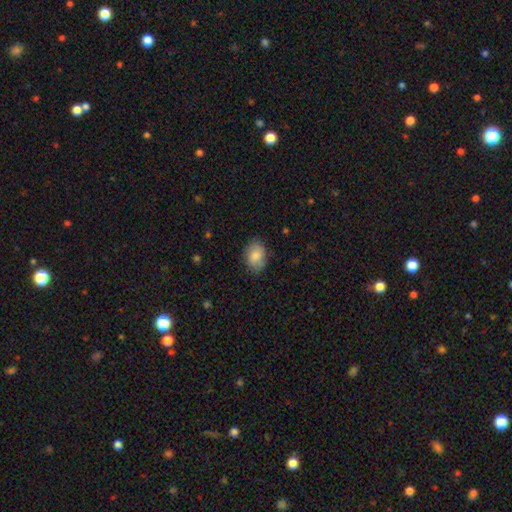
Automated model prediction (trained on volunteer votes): A smooth galaxy with no disk features (81%) that is in between round and cigar-shaped (82%).

Vote fractions:
- Smooth or featured? smooth: 81% / featured or disk: 12% / star or artifact: 7%
- How rounded? in between: 82% / round: 17% / cigar-shaped: 1%
- Merging? none: 80% / minor disturbance: 16% / major disturbance: 4% / merger: 1%